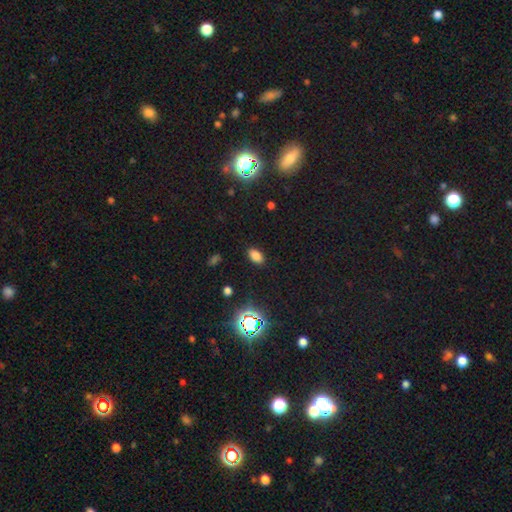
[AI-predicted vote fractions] A smooth galaxy with no disk features (78%) that is in between round and cigar-shaped (92%).

Vote fractions:
- Smooth or featured? smooth: 78% / star or artifact: 17% / featured or disk: 5%
- How rounded? in between: 92% / round: 6% / cigar-shaped: 2%
- Merging? none: 88% / minor disturbance: 8% / major disturbance: 2% / merger: 1%